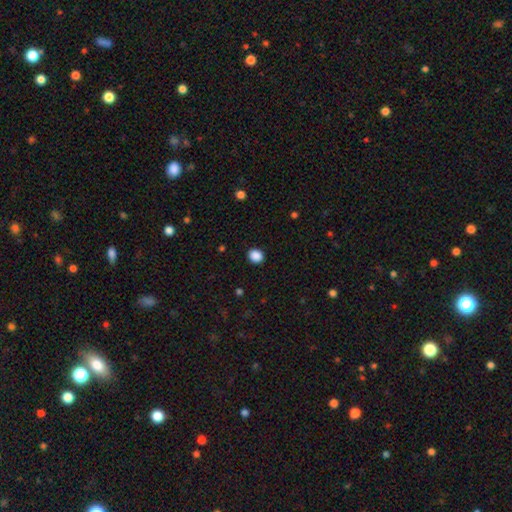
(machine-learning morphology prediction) The model was most divided on "how rounded": round: 64%, in between: 35%, cigar-shaped: 1%. More confident: merging — none (91%); smooth or featured — smooth (89%).